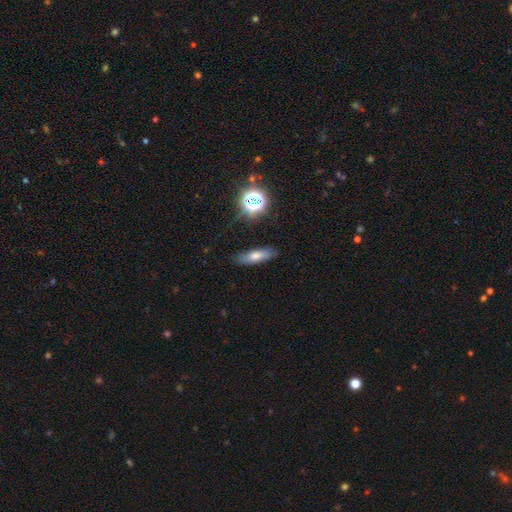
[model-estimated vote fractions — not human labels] Morphology: type=smooth (66%); roundness=cigar-shaped (57%); merging=none (84%).